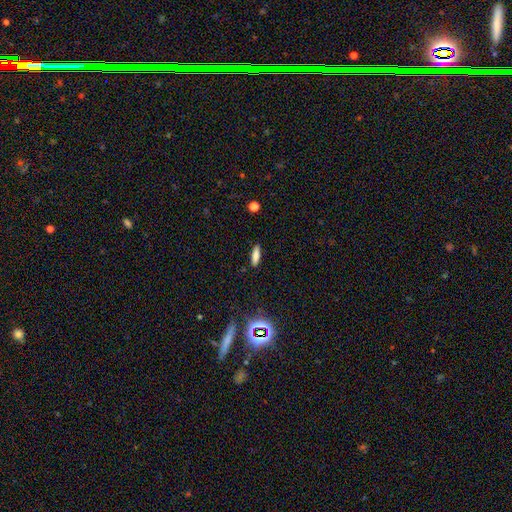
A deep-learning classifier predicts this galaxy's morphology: The model was most divided on "how rounded": cigar-shaped: 58%, in between: 40%, round: 2%. More confident: merging — none (88%); smooth or featured — smooth (76%).